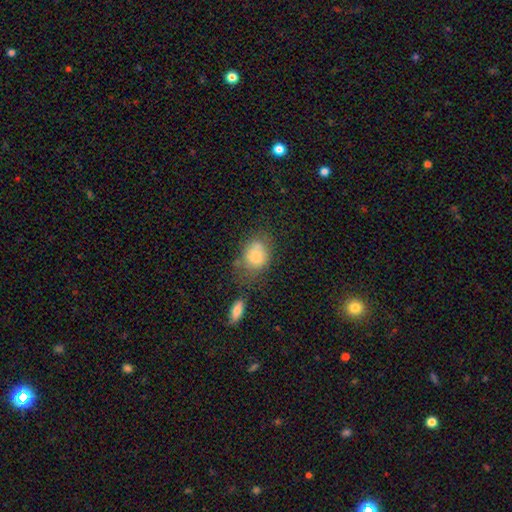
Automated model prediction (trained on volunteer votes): Morphology: type=smooth (77%); roundness=in between (56%); merging=none (43%).